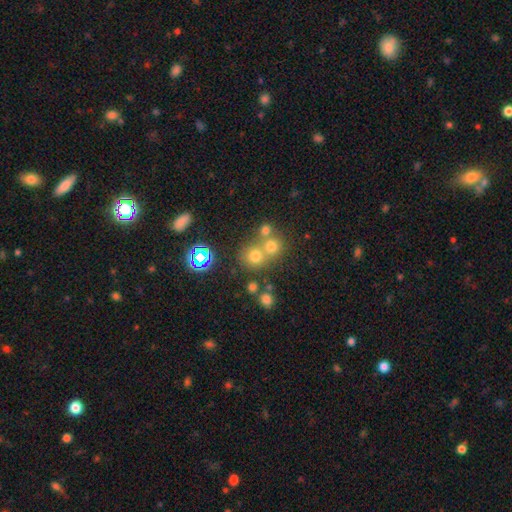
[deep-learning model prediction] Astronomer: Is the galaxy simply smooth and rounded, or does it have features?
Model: smooth — 63%.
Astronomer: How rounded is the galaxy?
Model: round — 85%.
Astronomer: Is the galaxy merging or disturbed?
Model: none — 50% (runner-up: merger, 39%).